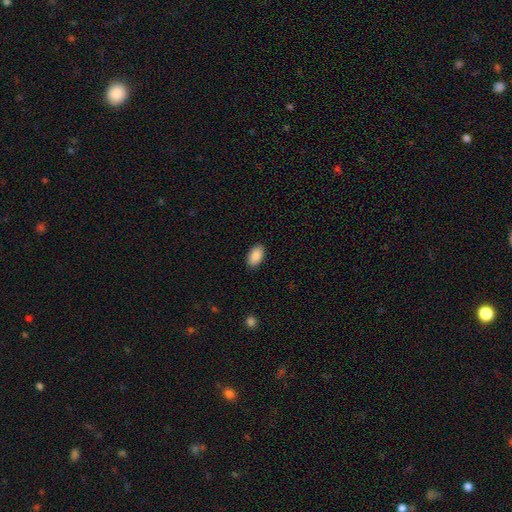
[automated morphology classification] smooth 90%, star or artifact 7%, featured or disk 3%. Down the decision tree: how rounded — in between (94%); merging — none (89%).